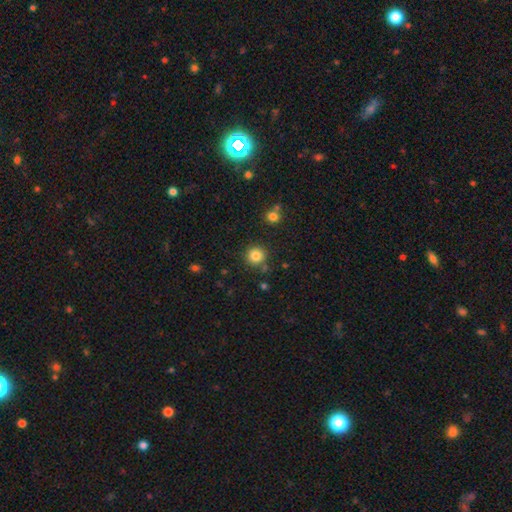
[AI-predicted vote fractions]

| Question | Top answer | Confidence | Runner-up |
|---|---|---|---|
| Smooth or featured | smooth | 83% | star or artifact (12%) |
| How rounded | round | 94% | in between (5%) |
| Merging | none | 85% | minor disturbance (8%) |